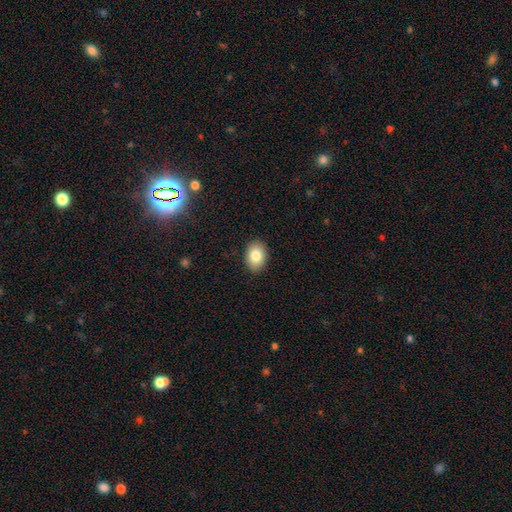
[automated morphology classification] type=smooth (83%); roundness=in between (77%); merging=none (89%).